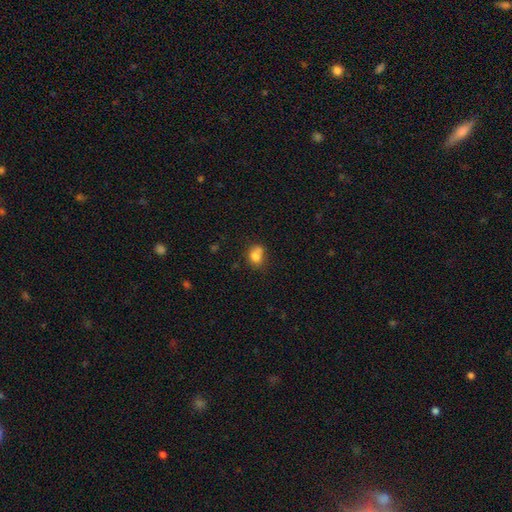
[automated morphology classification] Smooth or featured? Predicted: smooth (p=0.79). How rounded? Predicted: round (p=0.58). Merging? Predicted: none (p=0.49).